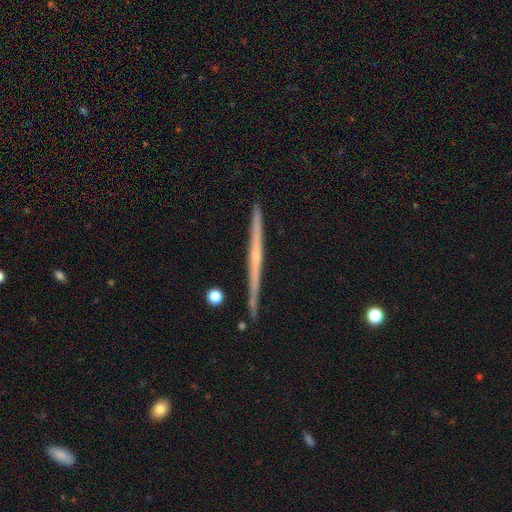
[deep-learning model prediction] A featured or disk galaxy (73%) viewed edge-on (98%) with no central bulge (51%).

Vote fractions:
- Smooth or featured? featured or disk: 73% / smooth: 20% / star or artifact: 7%
- Edge-on disk? yes: 98% / no: 2%
- Edge-on bulge? none: 51% / rounded: 42% / boxy: 7%
- Merging? none: 90% / minor disturbance: 7% / merger: 2% / major disturbance: 1%